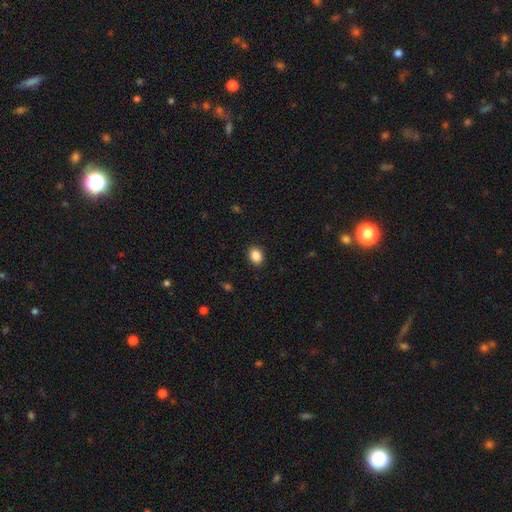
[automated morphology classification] Q: Smooth or featured?
A: smooth (87%); runner-up: star or artifact (9%)
Q: How rounded?
A: in between (53%); runner-up: round (46%)
Q: Merging?
A: none (90%); runner-up: minor disturbance (7%)